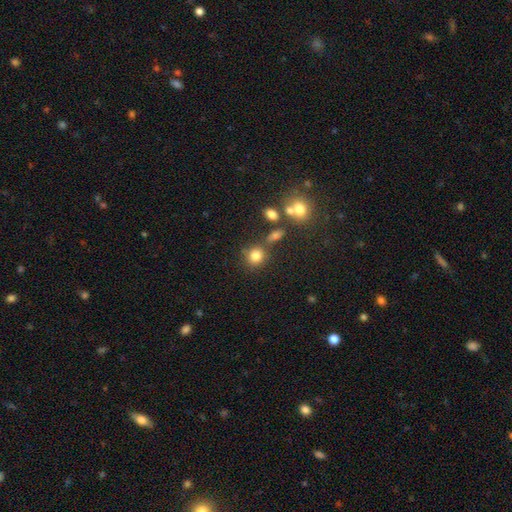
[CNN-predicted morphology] Smooth or featured?
  - smooth: 80% *
  - star or artifact: 13%
  - featured or disk: 7%
How rounded?
  - round: 80% *
  - in between: 19%
  - cigar-shaped: 1%
Merging?
  - none: 69% *
  - merger: 13%
  - minor disturbance: 12%
  - major disturbance: 5%